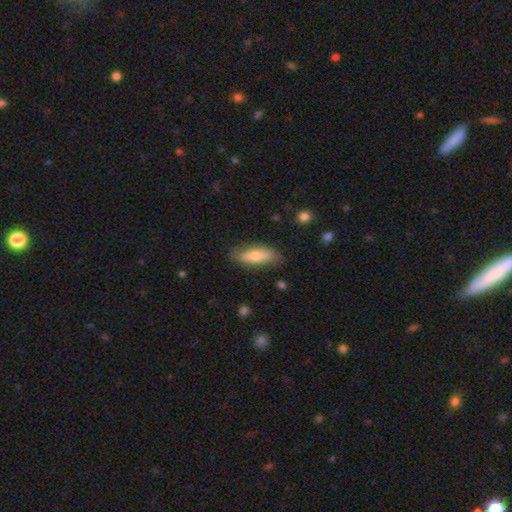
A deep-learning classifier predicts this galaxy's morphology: smooth 71%, featured or disk 23%, star or artifact 6%. Down the decision tree: how rounded — in between (65%); merging — none (78%).